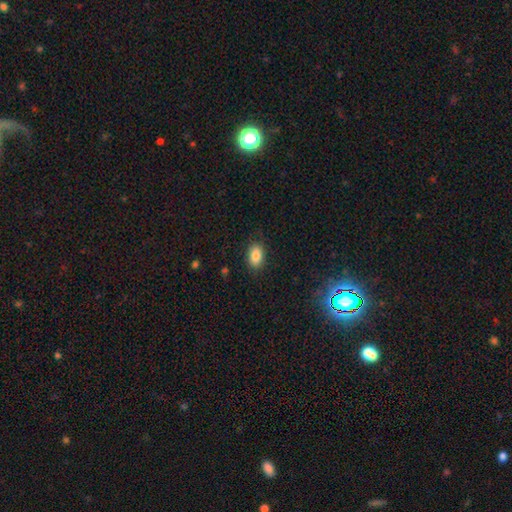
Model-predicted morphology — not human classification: This appears to be a smooth galaxy with no disk features (86%) that is in between round and cigar-shaped (88%). Merging: none (85%).